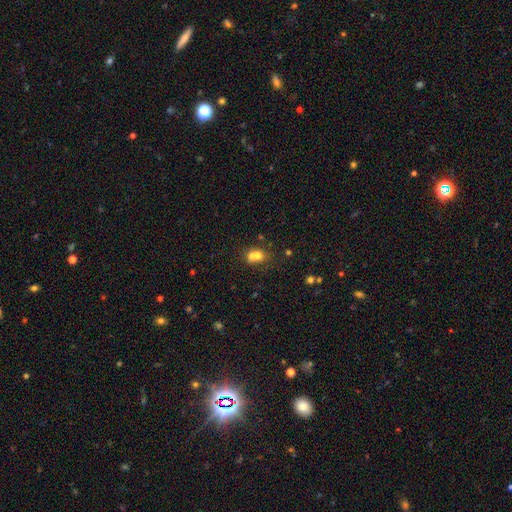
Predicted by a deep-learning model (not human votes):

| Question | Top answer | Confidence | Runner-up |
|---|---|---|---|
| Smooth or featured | smooth | 68% | featured or disk (19%) |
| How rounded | round | 59% | in between (40%) |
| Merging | merger | 62% | none (27%) |